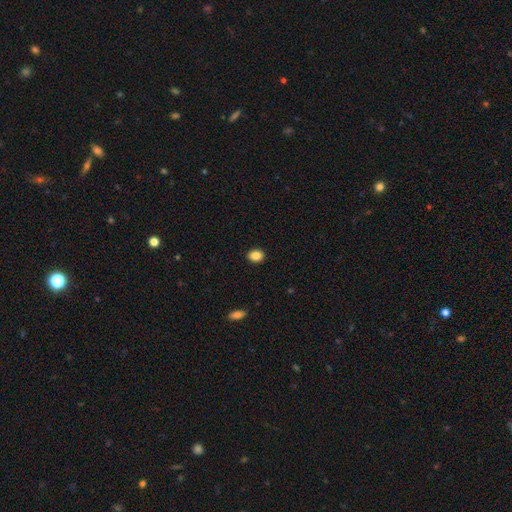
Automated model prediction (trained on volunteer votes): Q: Smooth or featured?
A: smooth (87%); runner-up: star or artifact (9%)
Q: How rounded?
A: in between (52%); runner-up: round (47%)
Q: Merging?
A: none (90%); runner-up: minor disturbance (7%)